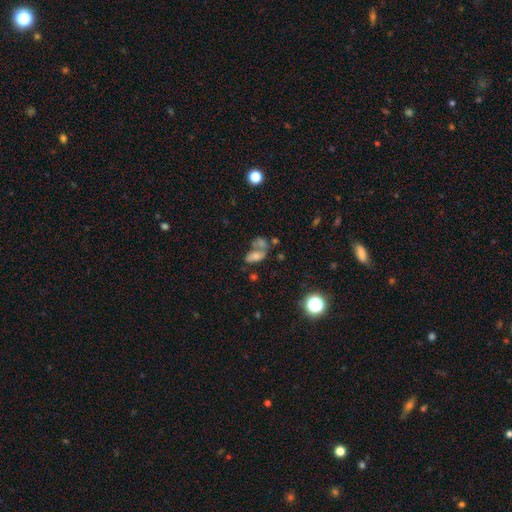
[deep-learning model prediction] A smooth galaxy with no disk features (62%) that is in between round and cigar-shaped (87%).

Vote fractions:
- Smooth or featured? smooth: 62% / featured or disk: 23% / star or artifact: 16%
- How rounded? in between: 87% / round: 10% / cigar-shaped: 4%
- Merging? merger: 54% / none: 24% / major disturbance: 11% / minor disturbance: 11%